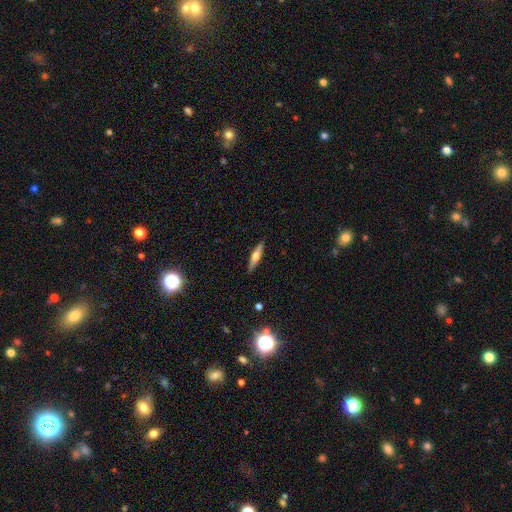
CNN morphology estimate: This is possibly a featured or disk galaxy (48%). Merging: clearly none (89%).